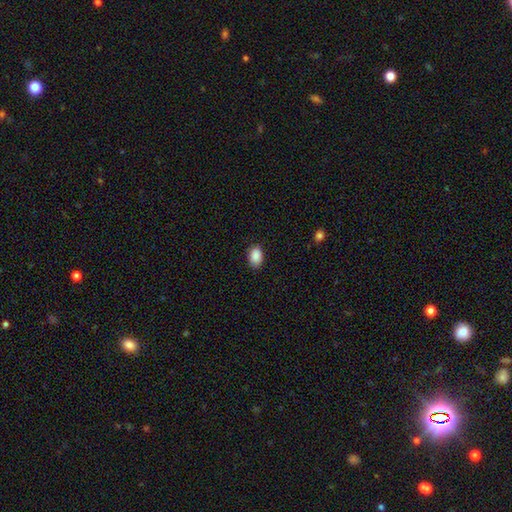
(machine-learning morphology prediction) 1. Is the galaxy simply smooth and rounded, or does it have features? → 90% smooth, 8% star or artifact, 3% featured or disk.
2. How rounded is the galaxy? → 84% in between, 15% round, 1% cigar-shaped.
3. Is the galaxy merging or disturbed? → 86% none, 11% minor disturbance, 2% major disturbance, 1% merger.